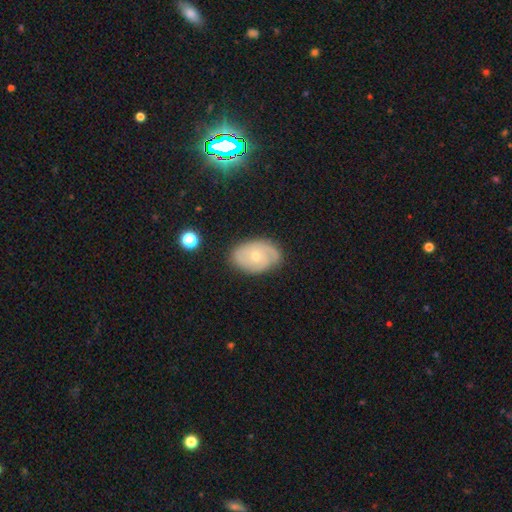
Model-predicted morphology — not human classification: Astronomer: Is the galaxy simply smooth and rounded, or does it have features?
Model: featured or disk — 63%.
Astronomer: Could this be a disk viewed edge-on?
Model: no — 95%.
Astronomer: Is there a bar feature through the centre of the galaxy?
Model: no — 78%.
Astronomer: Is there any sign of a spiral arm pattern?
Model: yes — 81%.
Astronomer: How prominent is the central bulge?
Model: small — 60% (runner-up: moderate, 37%).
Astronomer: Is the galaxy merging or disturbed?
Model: none — 75%.